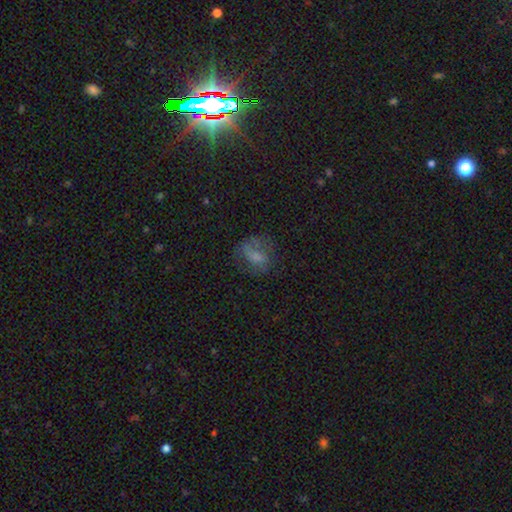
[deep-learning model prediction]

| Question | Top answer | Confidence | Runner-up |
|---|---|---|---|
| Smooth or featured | smooth | 52% | featured or disk (31%) |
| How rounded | in between | 55% | round (41%) |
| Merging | none | 50% | major disturbance (24%) |